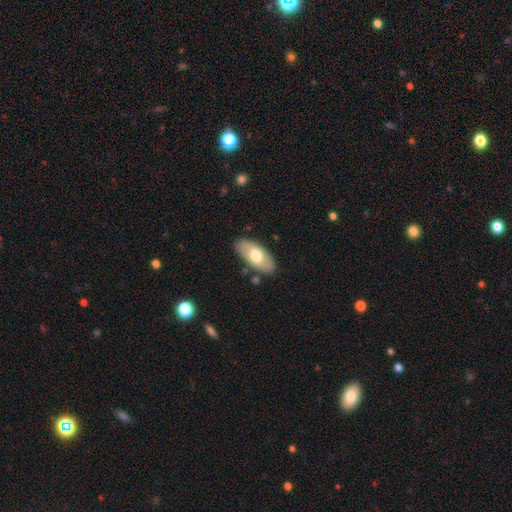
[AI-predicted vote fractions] Q: Smooth or featured?
A: smooth (65%); runner-up: featured or disk (30%)
Q: How rounded?
A: in between (92%); runner-up: cigar-shaped (6%)
Q: Merging?
A: none (84%); runner-up: minor disturbance (11%)